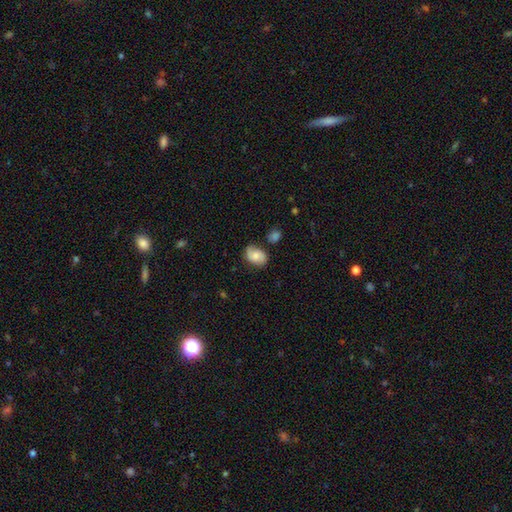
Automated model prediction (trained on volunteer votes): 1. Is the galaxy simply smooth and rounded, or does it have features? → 53% smooth, 39% featured or disk, 8% star or artifact.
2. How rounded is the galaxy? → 74% in between, 25% round, 1% cigar-shaped.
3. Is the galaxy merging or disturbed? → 72% none, 20% minor disturbance, 5% major disturbance, 4% merger.